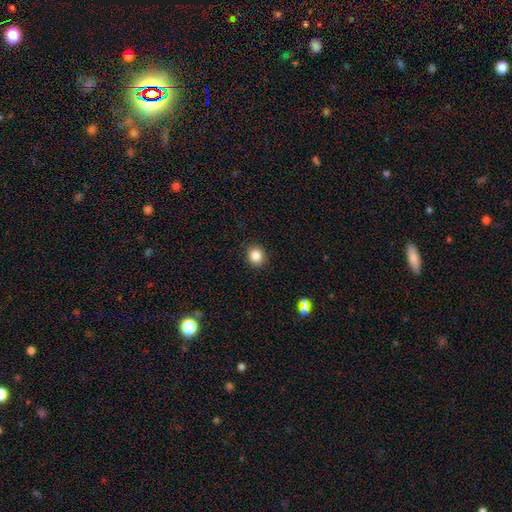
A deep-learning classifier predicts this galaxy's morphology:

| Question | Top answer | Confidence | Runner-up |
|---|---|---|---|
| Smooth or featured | smooth | 84% | star or artifact (11%) |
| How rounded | round | 78% | in between (21%) |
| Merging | none | 90% | minor disturbance (7%) |